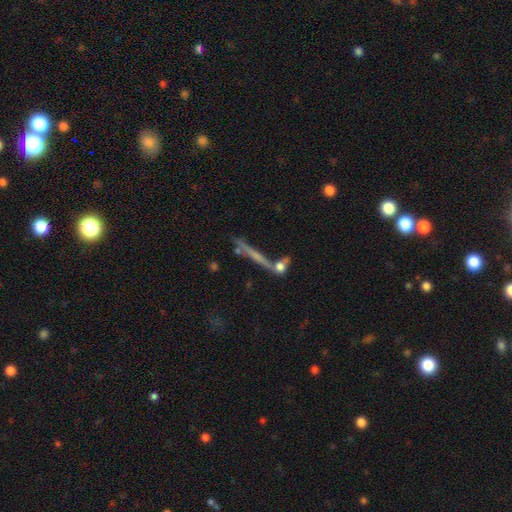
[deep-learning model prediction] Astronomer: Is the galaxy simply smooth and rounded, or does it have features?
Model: featured or disk — 53% (runner-up: smooth, 34%).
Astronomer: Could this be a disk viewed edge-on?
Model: yes — 90%.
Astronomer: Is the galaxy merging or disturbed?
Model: none — 62%.